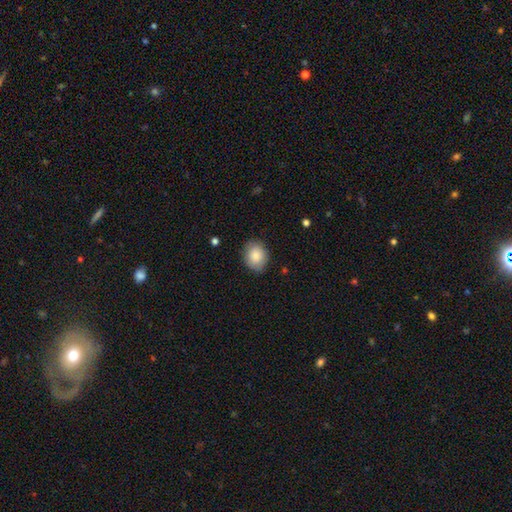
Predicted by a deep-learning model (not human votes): A smooth galaxy with no disk features (86%) that is in between round and cigar-shaped (52%).

Vote fractions:
- Smooth or featured? smooth: 86% / featured or disk: 7% / star or artifact: 7%
- How rounded? in between: 52% / round: 48% / cigar-shaped: 1%
- Merging? none: 84% / minor disturbance: 12% / major disturbance: 3% / merger: 1%